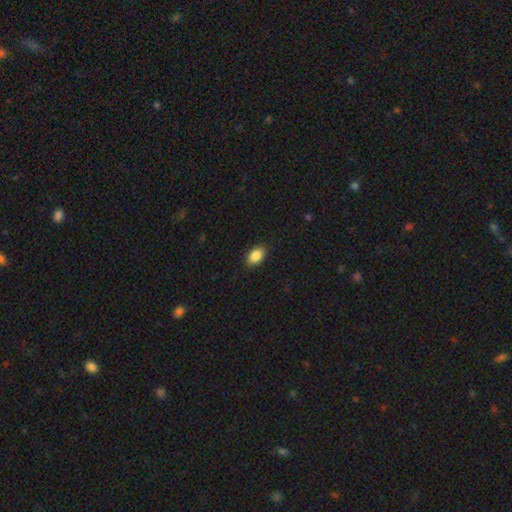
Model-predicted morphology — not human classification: type=smooth (88%); roundness=in between (91%); merging=none (88%).